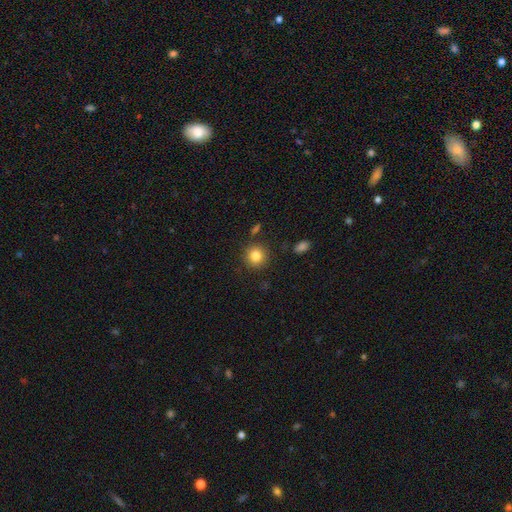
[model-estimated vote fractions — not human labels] A smooth galaxy with no disk features (83%) that is round (90%). Merging: none (87%).